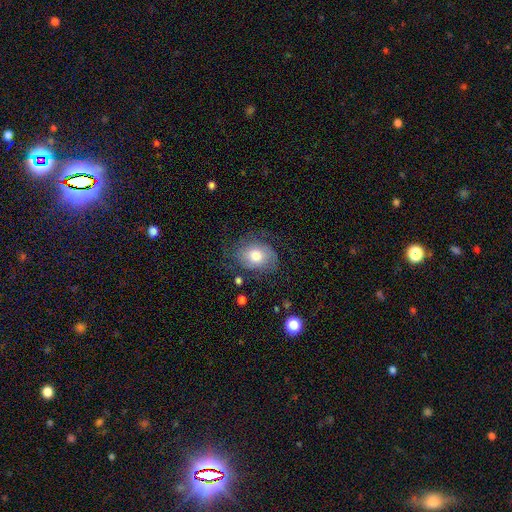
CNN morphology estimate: smooth 54%, featured or disk 37%, star or artifact 8%. Down the decision tree: how rounded — in between (64%); merging — none (59%).